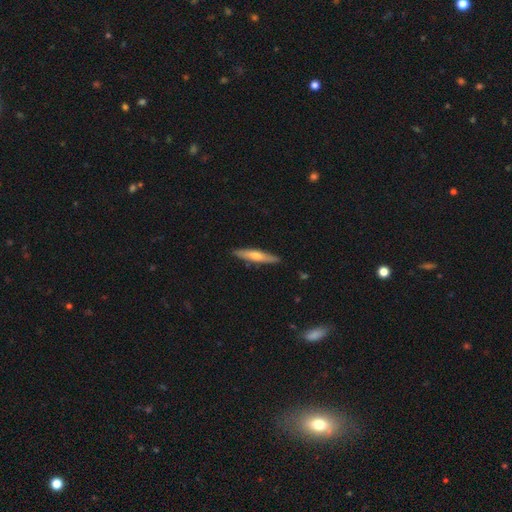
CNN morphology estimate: A featured or disk galaxy (48%). Merging: none (90%).